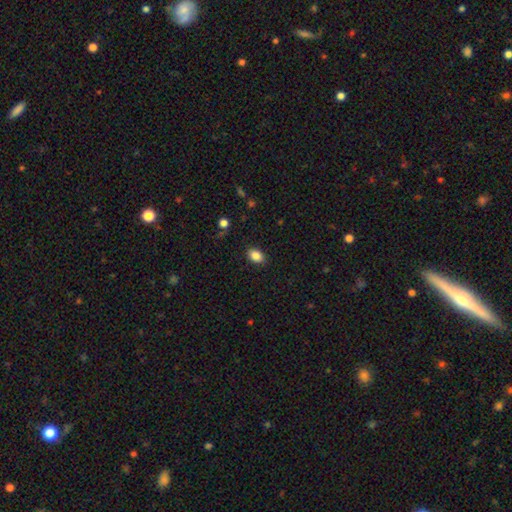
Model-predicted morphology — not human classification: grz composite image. It shows a smooth galaxy with no disk features (87%) that is in between round and cigar-shaped (81%). Merging: none (87%).